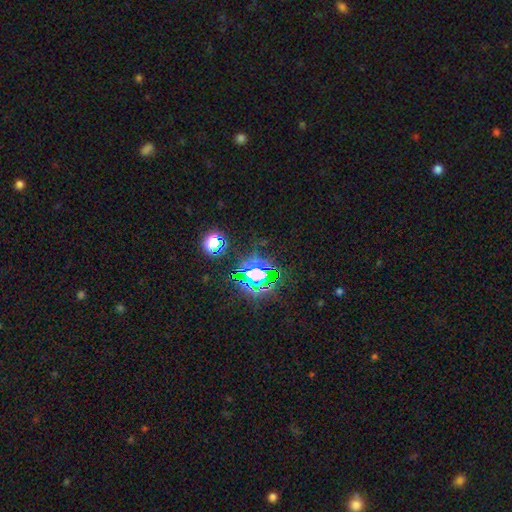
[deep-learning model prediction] Q: Smooth or featured?
A: star or artifact (79%); runner-up: smooth (13%)